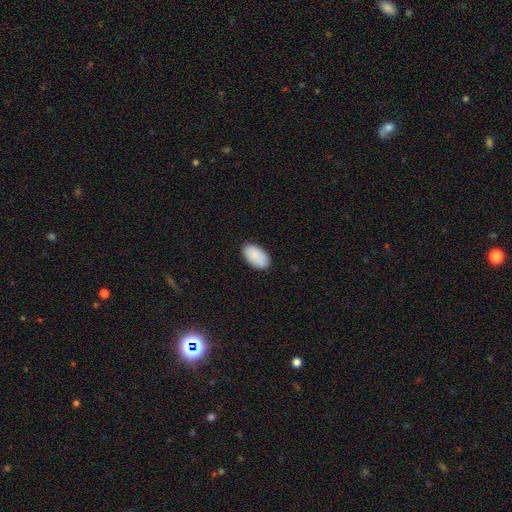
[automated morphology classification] Smooth or featured: smooth — 89% (star or artifact — 6%)
How rounded: in between — 95% (round — 3%)
Merging: none — 86% (minor disturbance — 11%)